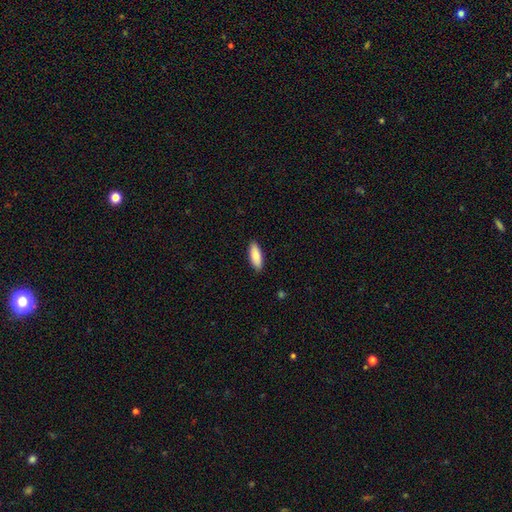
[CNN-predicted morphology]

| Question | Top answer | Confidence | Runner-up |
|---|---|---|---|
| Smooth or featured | smooth | 85% | featured or disk (9%) |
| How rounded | in between | 70% | cigar-shaped (28%) |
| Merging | none | 90% | minor disturbance (8%) |